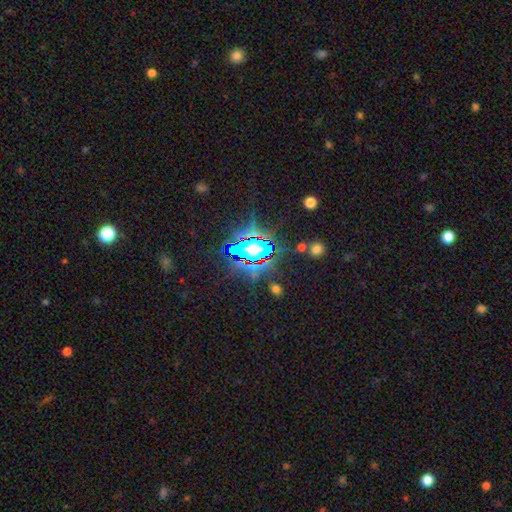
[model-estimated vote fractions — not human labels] Smooth or featured? Predicted: star or artifact (p=0.81).